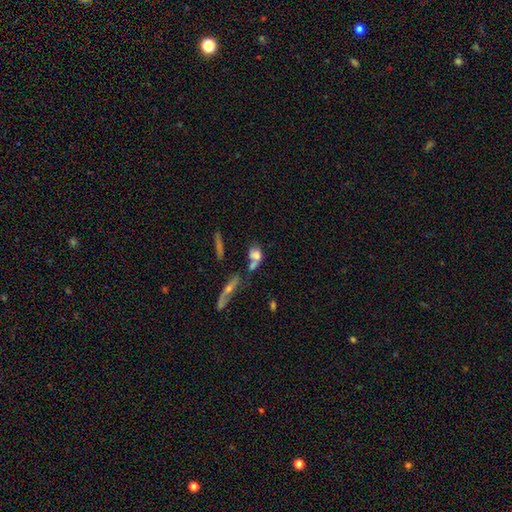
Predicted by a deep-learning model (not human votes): A smooth galaxy with no disk features (66%) that is in between round and cigar-shaped (61%). Merging: merger (45%).